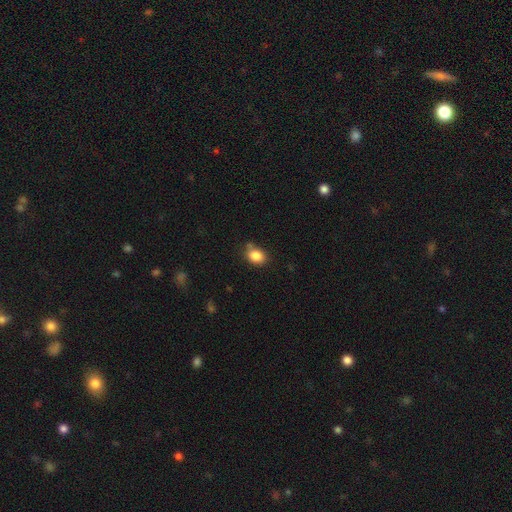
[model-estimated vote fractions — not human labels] Smooth or featured? smooth (85%)
How rounded? in between (62%)
Merging? none (70%)